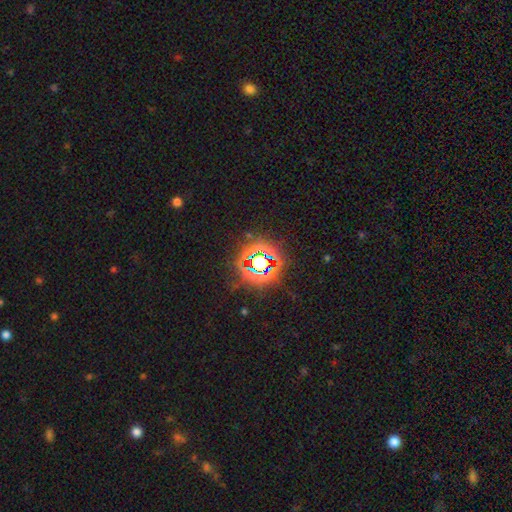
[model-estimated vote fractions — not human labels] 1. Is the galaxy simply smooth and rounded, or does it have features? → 78% star or artifact, 14% smooth, 8% featured or disk.